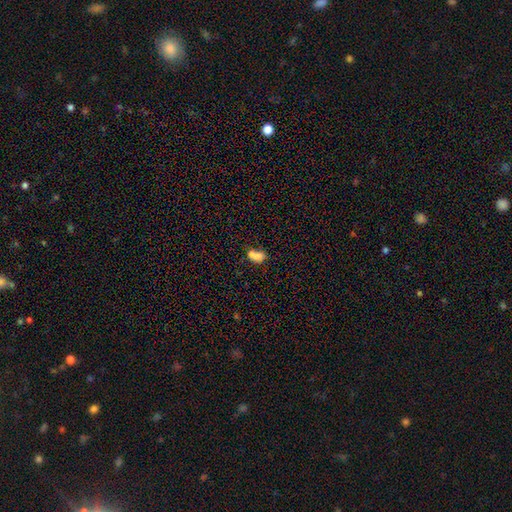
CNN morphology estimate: Smooth or featured? smooth (73%)
How rounded? in between (73%)
Merging? merger (55%)